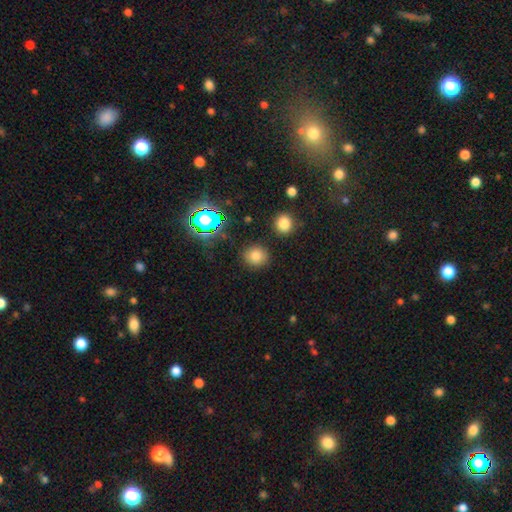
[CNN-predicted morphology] smooth 75%, star or artifact 18%, featured or disk 7%. Down the decision tree: how rounded — round (84%); merging — none (86%).